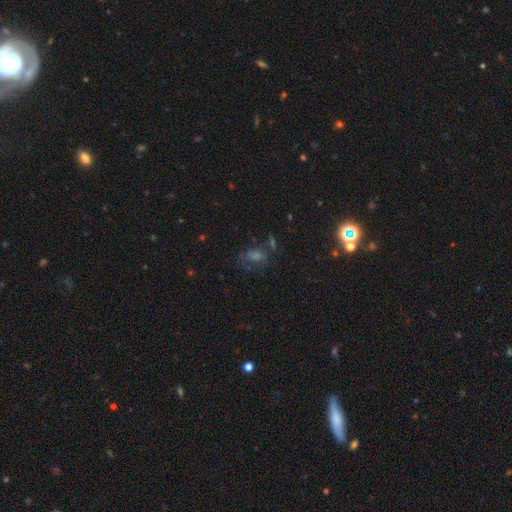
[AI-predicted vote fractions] A star or artifact, not a galaxy (41%).